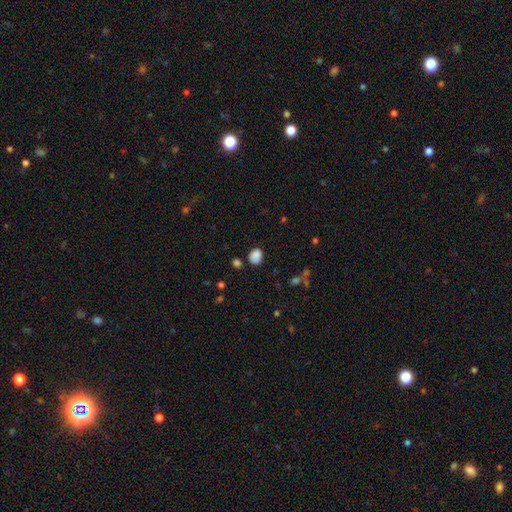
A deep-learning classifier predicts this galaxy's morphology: This is clearly a smooth galaxy (83%). How rounded: possibly round (50%). Merging: likely none (69%).